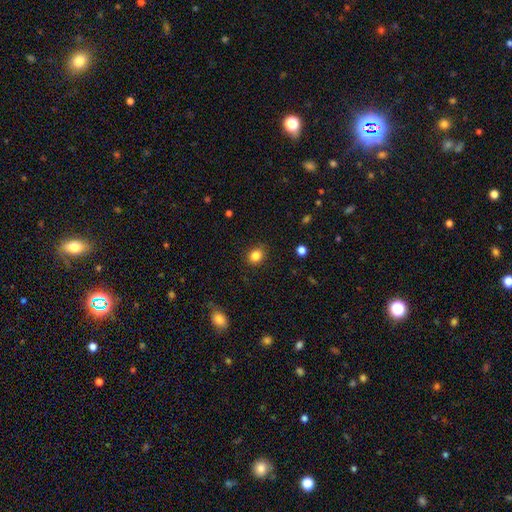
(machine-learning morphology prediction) Smooth or featured?
  - smooth: 85% *
  - star or artifact: 11%
  - featured or disk: 5%
How rounded?
  - round: 59% *
  - in between: 40%
  - cigar-shaped: 1%
Merging?
  - none: 86% *
  - minor disturbance: 10%
  - major disturbance: 2%
  - merger: 1%